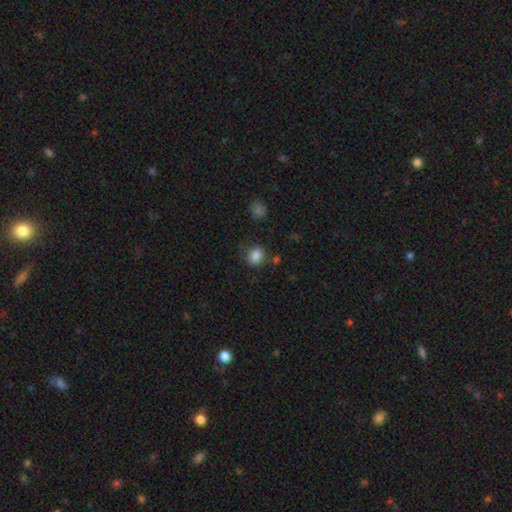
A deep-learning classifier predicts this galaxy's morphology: smooth_or_featured: smooth (p=0.84) [alt: star or artifact p=0.11]
how_rounded: round (p=0.58) [alt: in between p=0.41]
merging: none (p=0.70) [alt: minor disturbance p=0.19]